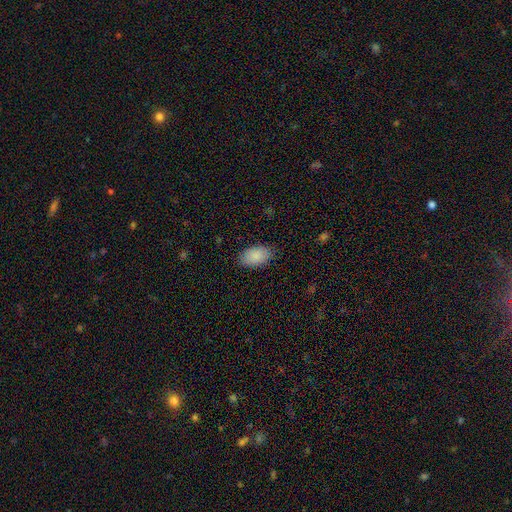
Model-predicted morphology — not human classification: type=smooth (88%); roundness=in between (94%); merging=none (85%).